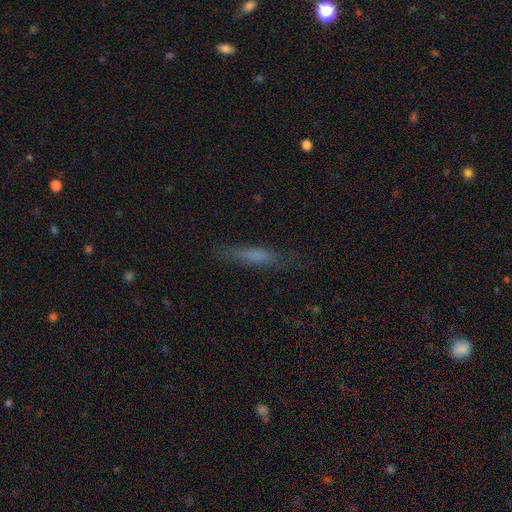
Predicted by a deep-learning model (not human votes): A smooth galaxy with no disk features (61%) that is cigar-shaped (84%). Merging: none (77%).